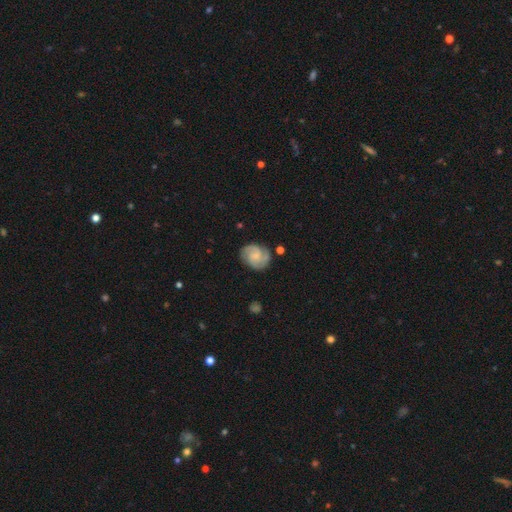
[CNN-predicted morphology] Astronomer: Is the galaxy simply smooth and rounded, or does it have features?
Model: featured or disk — 75%.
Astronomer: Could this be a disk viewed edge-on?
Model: no — 98%.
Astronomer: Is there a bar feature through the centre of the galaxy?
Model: no — 62%.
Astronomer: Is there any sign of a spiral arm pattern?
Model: yes — 96%.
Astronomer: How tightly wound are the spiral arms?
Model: tight — 49% (runner-up: medium, 41%).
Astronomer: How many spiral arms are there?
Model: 2 — 60%.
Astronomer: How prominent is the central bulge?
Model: small — 52%.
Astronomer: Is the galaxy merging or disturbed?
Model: none — 76%.